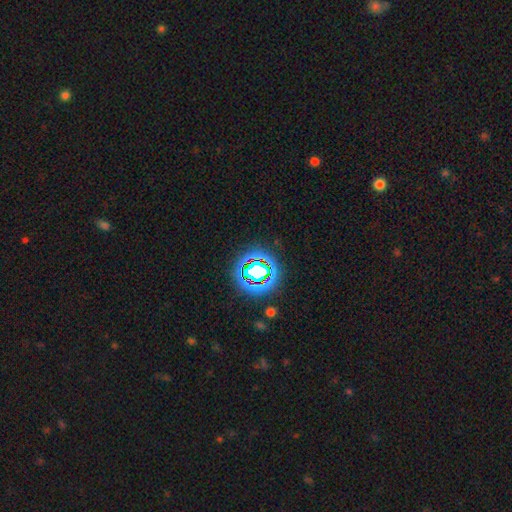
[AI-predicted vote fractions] A star or artifact, not a galaxy (78%).